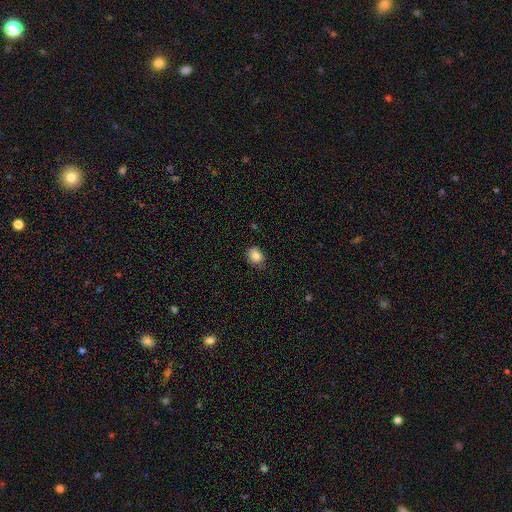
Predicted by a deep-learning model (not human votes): Smooth or featured?
  - smooth: 81% *
  - star or artifact: 10%
  - featured or disk: 9%
How rounded?
  - round: 51% *
  - in between: 48%
  - cigar-shaped: 1%
Merging?
  - none: 77% *
  - minor disturbance: 19%
  - major disturbance: 3%
  - merger: 1%